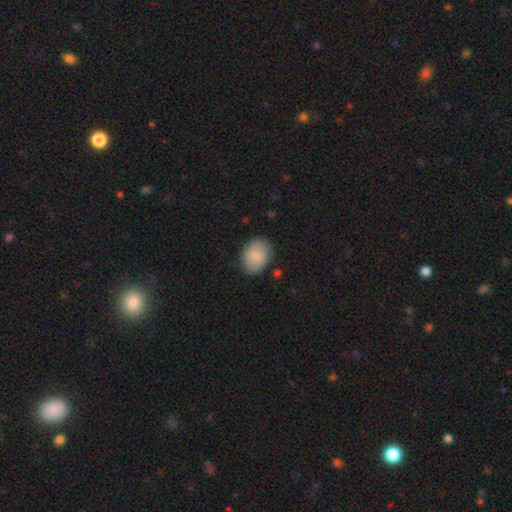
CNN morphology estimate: This is clearly a smooth galaxy (80%). How rounded: likely in between (72%). Merging: clearly none (81%).